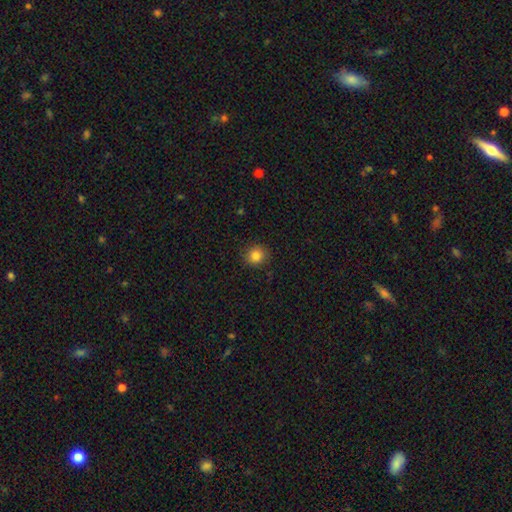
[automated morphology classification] The model was most divided on "smooth or featured": smooth: 83%, star or artifact: 11%, featured or disk: 6%. More confident: how rounded — round (88%); merging — none (87%).